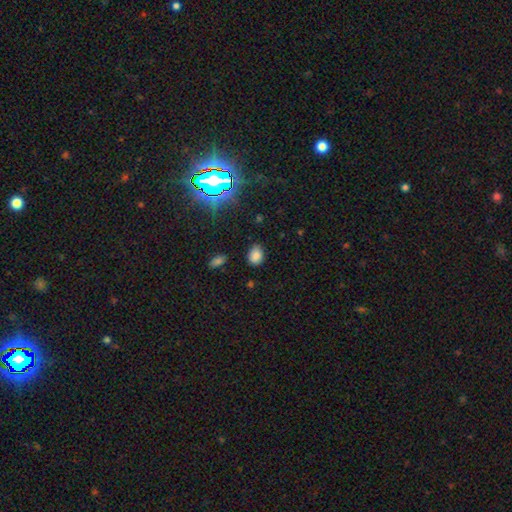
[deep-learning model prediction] A smooth galaxy with no disk features (78%) that is in between round and cigar-shaped (67%). Merging: none (79%).